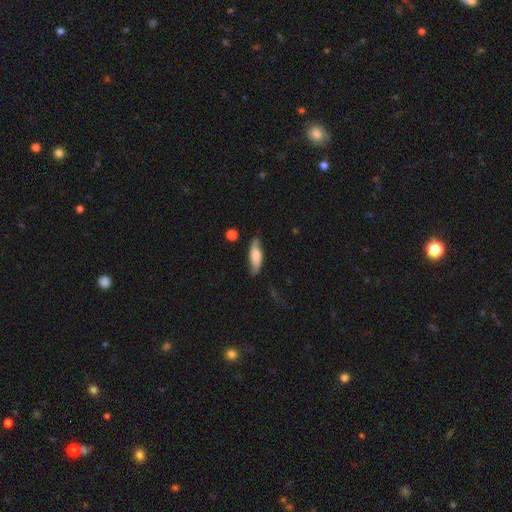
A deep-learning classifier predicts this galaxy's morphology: The model was most divided on "how rounded": in between: 58%, cigar-shaped: 39%, round: 3%. More confident: merging — none (71%); smooth or featured — smooth (65%).